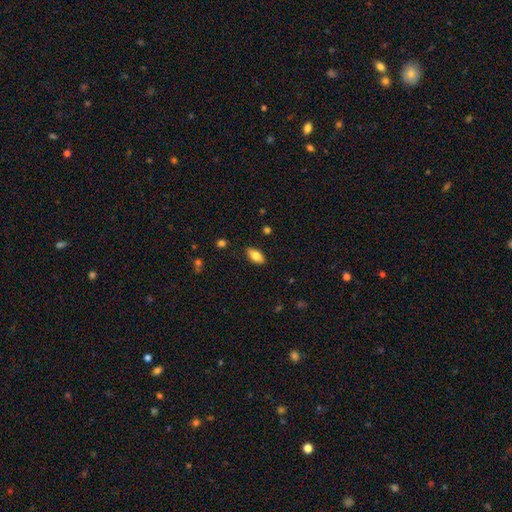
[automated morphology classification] This is likely a smooth galaxy (78%). How rounded: clearly in between (90%). Merging: clearly none (87%).